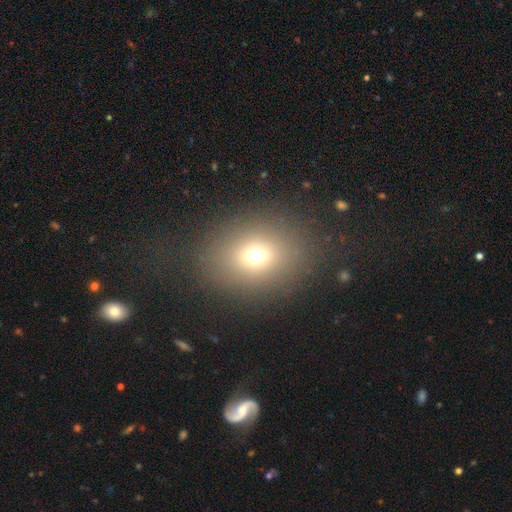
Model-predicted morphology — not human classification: Smooth or featured? smooth (69%)
How rounded? in between (50%)
Merging? none (84%)